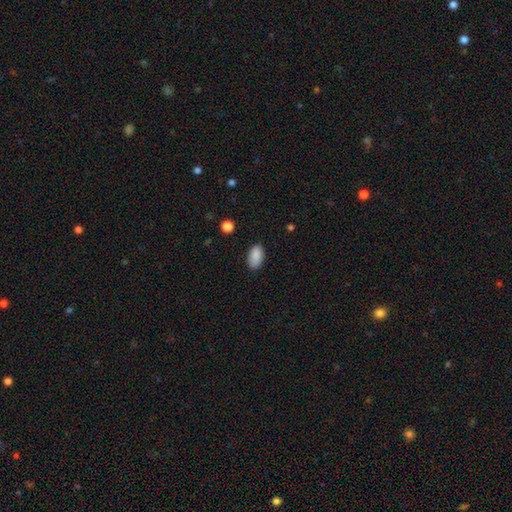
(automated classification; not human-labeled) smooth-or-featured: smooth: 89% | star or artifact: 7% | featured or disk: 4%
  how-rounded: in between: 94% | round: 4% | cigar-shaped: 2%
  merging: none: 85% | minor disturbance: 12% | major disturbance: 2% | merger: 1%